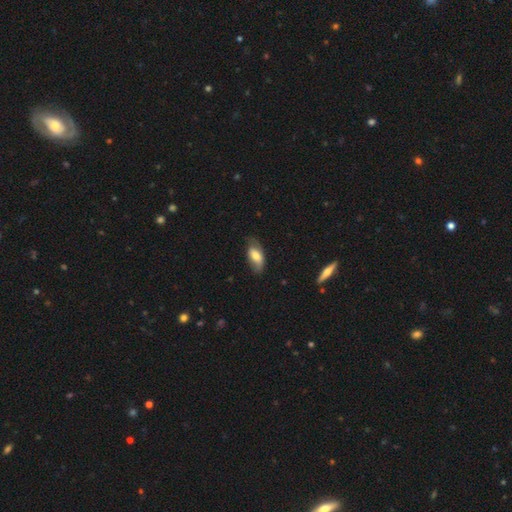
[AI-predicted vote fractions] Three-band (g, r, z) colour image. It shows a smooth galaxy with no disk features (69%) that is in between round and cigar-shaped (90%). Merging: none (58%).